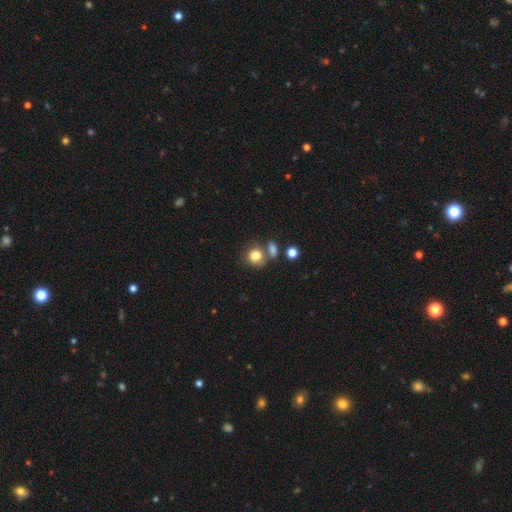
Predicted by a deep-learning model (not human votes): A smooth galaxy with no disk features (81%) that is round (75%).

Vote fractions:
- Smooth or featured? smooth: 81% / star or artifact: 11% / featured or disk: 8%
- How rounded? round: 75% / in between: 24% / cigar-shaped: 1%
- Merging? none: 55% / merger: 26% / minor disturbance: 13% / major disturbance: 6%